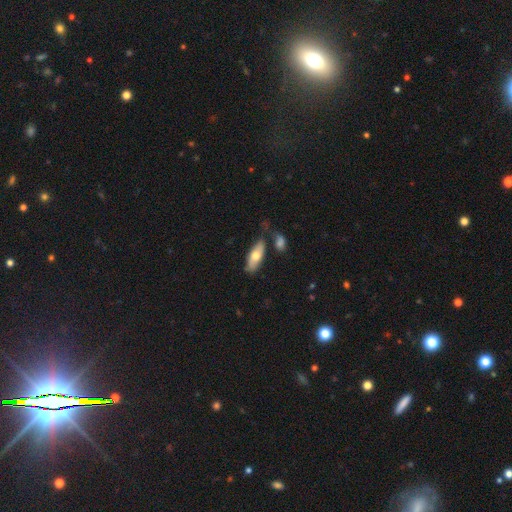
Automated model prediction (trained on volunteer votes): Q: Smooth or featured?
A: smooth (66%); runner-up: featured or disk (28%)
Q: How rounded?
A: in between (73%); runner-up: cigar-shaped (25%)
Q: Merging?
A: none (66%); runner-up: minor disturbance (19%)